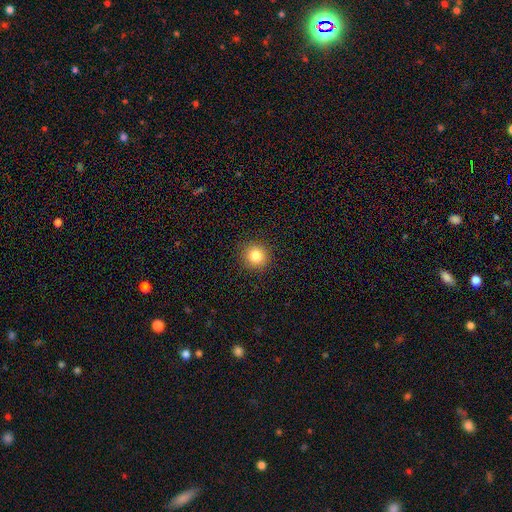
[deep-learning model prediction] Smooth or featured? Predicted: smooth (p=0.83). How rounded? Predicted: round (p=0.92). Merging? Predicted: none (p=0.91).